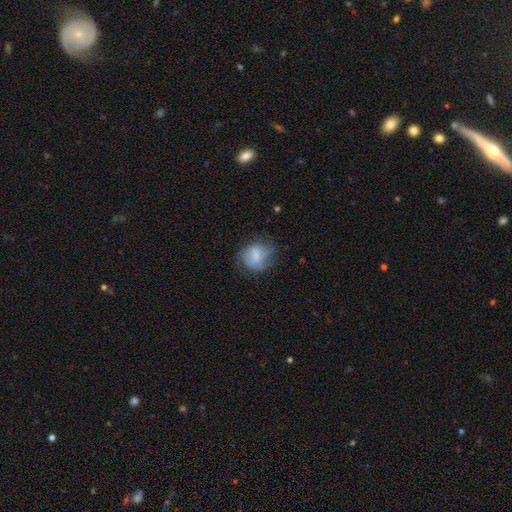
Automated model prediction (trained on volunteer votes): A smooth galaxy with no disk features (57%) that is round (62%). Merging: none (53%).